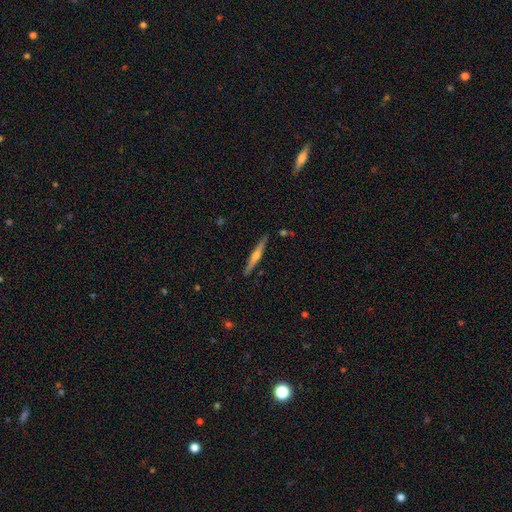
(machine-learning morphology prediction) smooth_or_featured: featured or disk (p=0.69) [alt: smooth p=0.25]
disk_edge_on: yes (p=0.98) [alt: no p=0.02]
edge_on_bulge: rounded (p=0.82) [alt: none p=0.10]
merging: none (p=0.90) [alt: minor disturbance p=0.07]